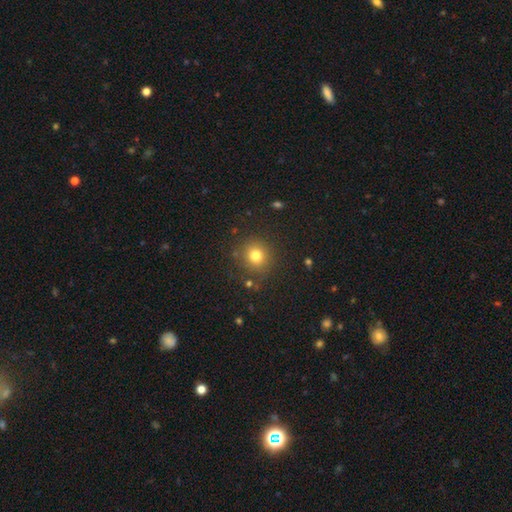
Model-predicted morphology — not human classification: This is likely a smooth galaxy (77%). How rounded: clearly round (91%). Merging: clearly none (86%).